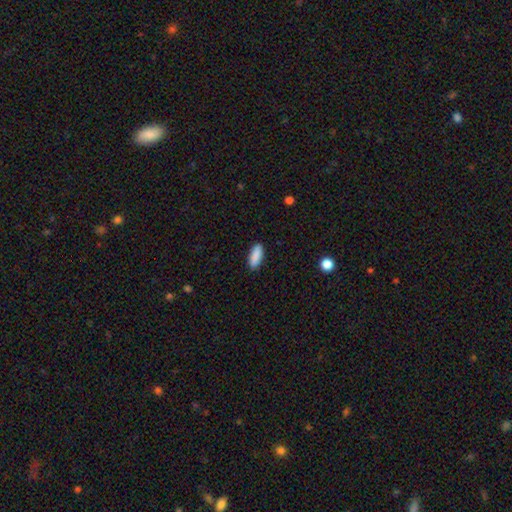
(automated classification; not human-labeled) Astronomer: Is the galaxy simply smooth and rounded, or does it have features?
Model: smooth — 90%.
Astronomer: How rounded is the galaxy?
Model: in between — 67%.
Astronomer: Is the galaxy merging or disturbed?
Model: none — 89%.